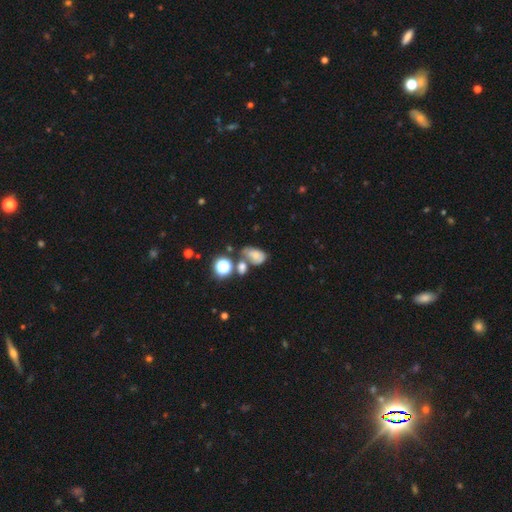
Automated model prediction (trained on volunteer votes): Smooth or featured? Predicted: smooth (p=0.54). How rounded? Predicted: in between (p=0.79). Merging? Predicted: none (p=0.34).